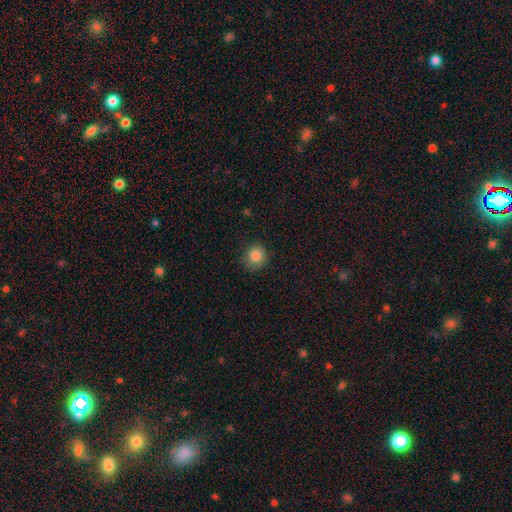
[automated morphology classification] type=smooth (84%); roundness=round (84%); merging=none (80%).